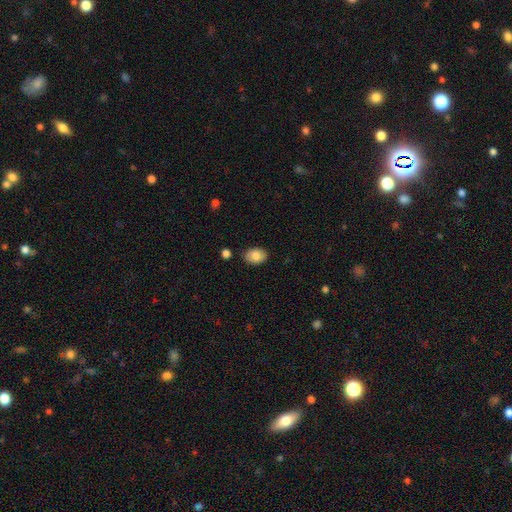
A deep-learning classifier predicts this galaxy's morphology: Smooth or featured: smooth — 84% (featured or disk — 9%)
How rounded: in between — 82% (round — 17%)
Merging: none — 85% (minor disturbance — 10%)